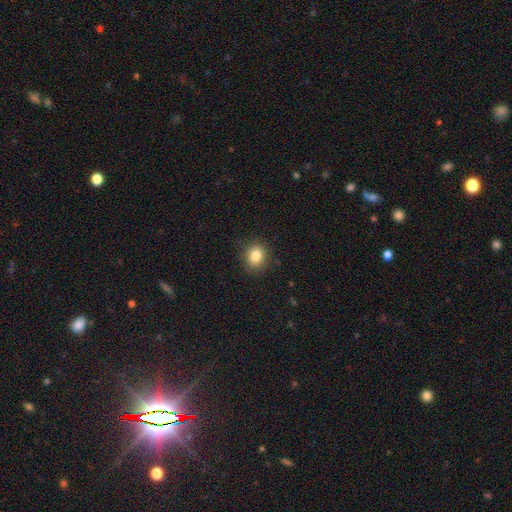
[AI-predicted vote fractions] A smooth galaxy with no disk features (84%) that is round (62%). Merging: none (87%).